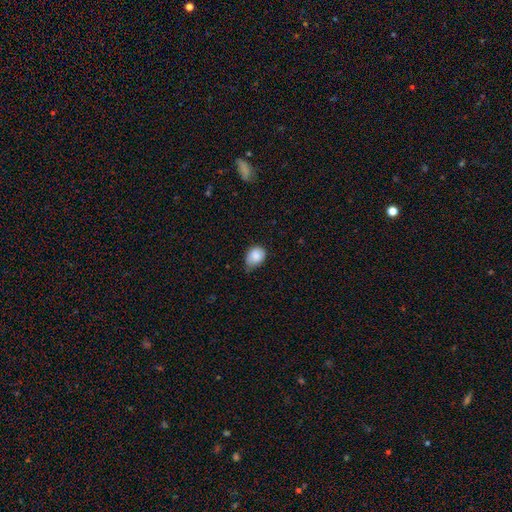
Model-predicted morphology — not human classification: type=smooth (86%); roundness=in between (55%); merging=none (46%).